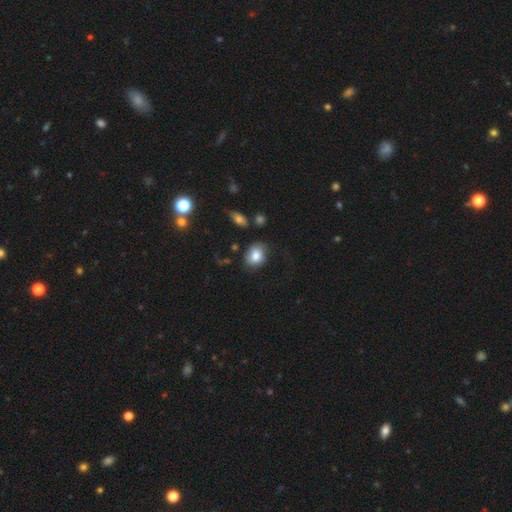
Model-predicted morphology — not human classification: Q: Smooth or featured?
A: smooth (81%); runner-up: featured or disk (10%)
Q: How rounded?
A: round (50%); runner-up: in between (49%)
Q: Merging?
A: none (71%); runner-up: minor disturbance (20%)